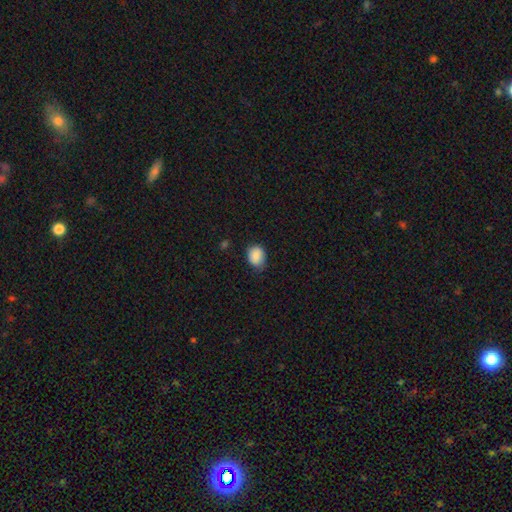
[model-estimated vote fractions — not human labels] Overall: smooth (88%). How rounded: in between (54%; round 45%). Merging: none (66%; minor disturbance 28%).